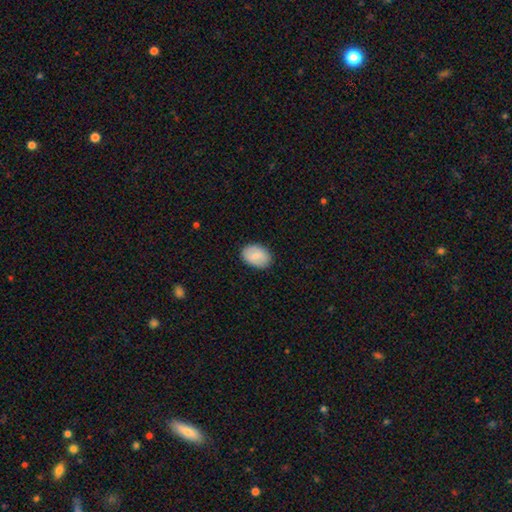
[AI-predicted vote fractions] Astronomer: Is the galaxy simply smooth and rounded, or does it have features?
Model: smooth — 76%.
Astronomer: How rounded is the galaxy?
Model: in between — 80%.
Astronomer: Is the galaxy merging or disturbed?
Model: none — 86%.